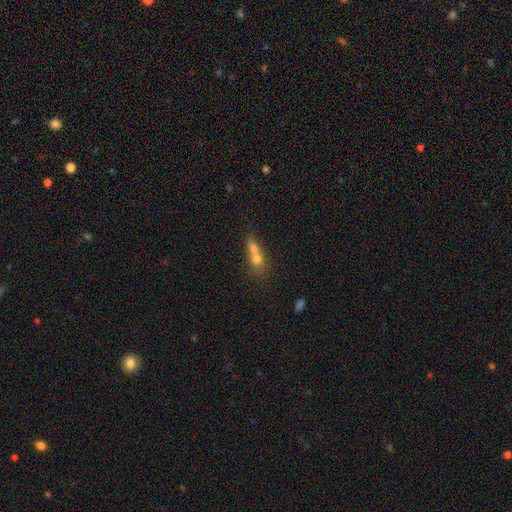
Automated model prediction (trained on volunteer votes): Overall: smooth (64%). How rounded: in between (45%; round 37%). Merging: merger (64%).